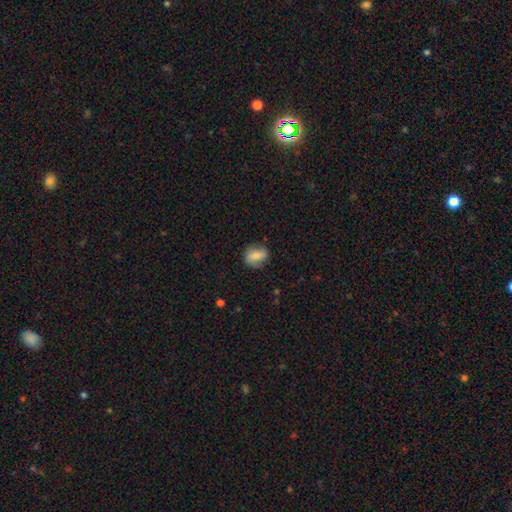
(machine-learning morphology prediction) This is likely a smooth galaxy (67%). How rounded: possibly in between (57%). Merging: likely none (73%).